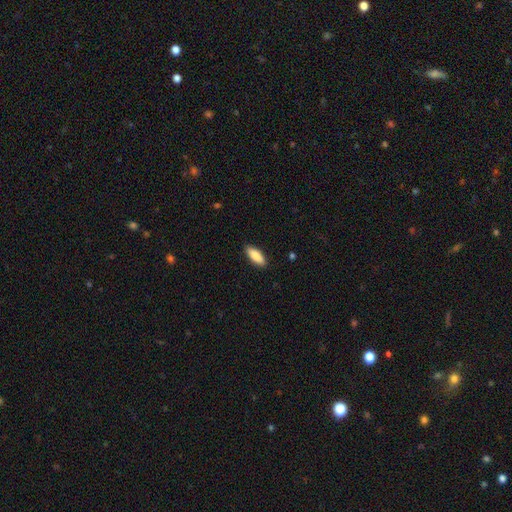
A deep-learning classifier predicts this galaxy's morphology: type=smooth (87%); roundness=in between (72%); merging=none (89%).